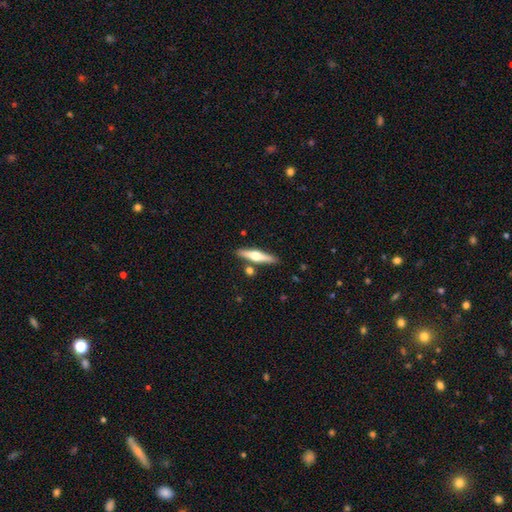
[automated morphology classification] Overall: featured or disk (62%; smooth 33%). Edge-on disk: yes (96%). Edge-on bulge: rounded (94%). Merging: none (84%).